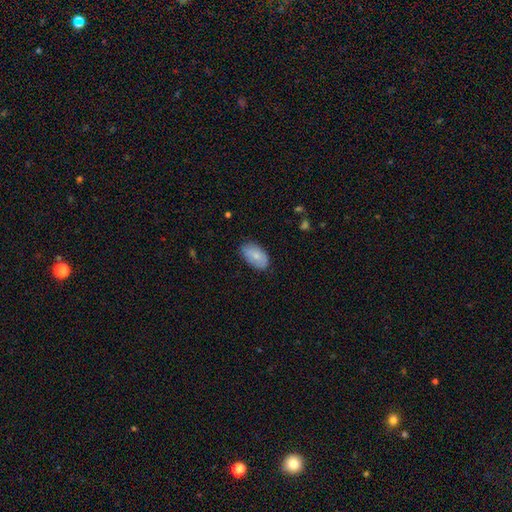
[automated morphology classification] This appears to be a smooth galaxy with no disk features (76%) that is in between round and cigar-shaped (93%). Merging: none (78%).